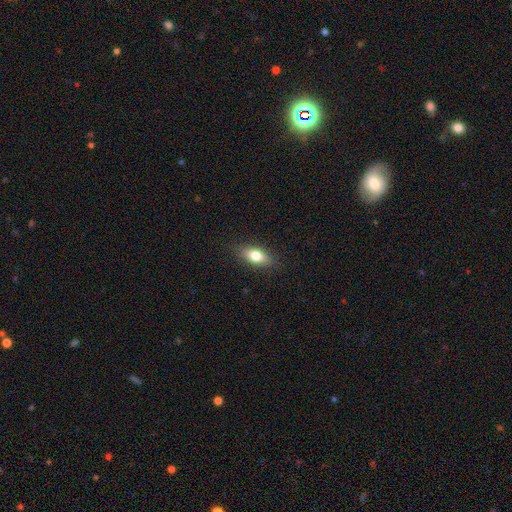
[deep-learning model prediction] This appears to be a smooth galaxy with no disk features (77%) that is in between round and cigar-shaped (83%). Merging: none (87%).